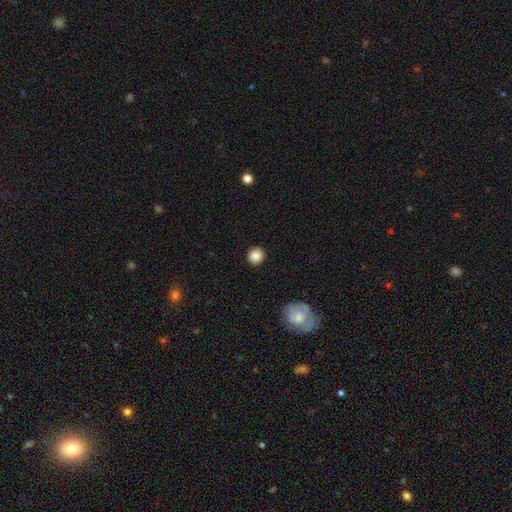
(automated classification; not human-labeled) A smooth galaxy with no disk features (87%) that is round (90%).

Vote fractions:
- Smooth or featured? smooth: 87% / star or artifact: 9% / featured or disk: 4%
- How rounded? round: 90% / in between: 9% / cigar-shaped: 1%
- Merging? none: 90% / minor disturbance: 7% / major disturbance: 2% / merger: 1%